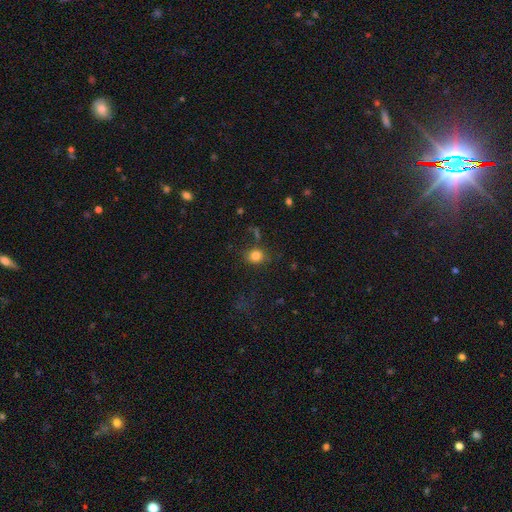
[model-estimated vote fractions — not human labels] Smooth or featured?
  - smooth: 81% *
  - star or artifact: 13%
  - featured or disk: 6%
How rounded?
  - round: 68% *
  - in between: 31%
  - cigar-shaped: 1%
Merging?
  - none: 77% *
  - minor disturbance: 14%
  - major disturbance: 5%
  - merger: 4%